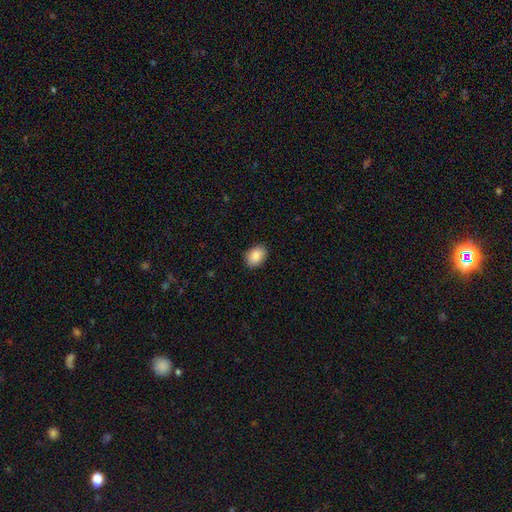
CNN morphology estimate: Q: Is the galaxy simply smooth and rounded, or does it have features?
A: smooth — 88%.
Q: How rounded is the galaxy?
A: in between — 78%.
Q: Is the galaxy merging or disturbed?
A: none — 88%.